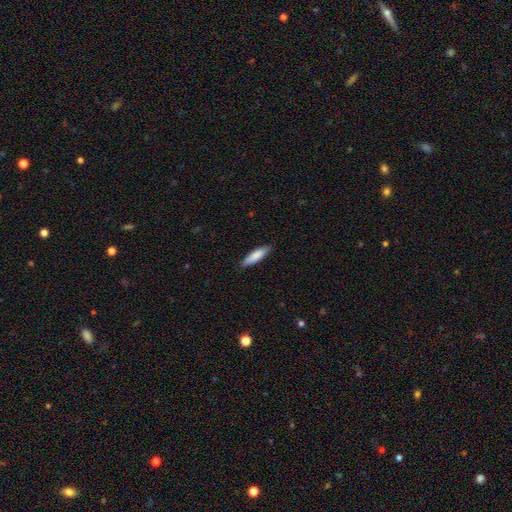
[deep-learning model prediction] This appears to be a smooth galaxy with no disk features (85%) that is cigar-shaped (64%). Merging: none (87%).